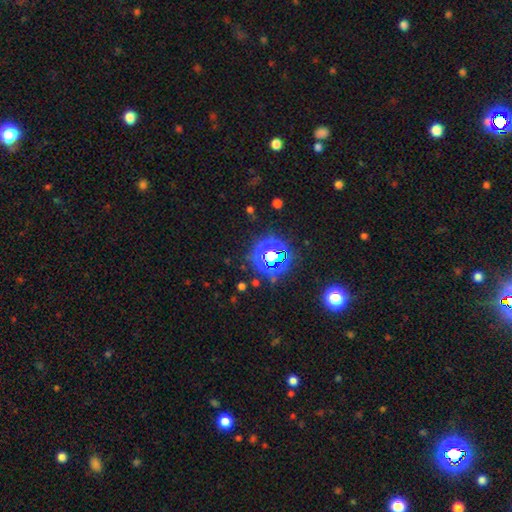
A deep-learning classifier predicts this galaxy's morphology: Smooth or featured?
  - star or artifact: 75% *
  - smooth: 17%
  - featured or disk: 8%